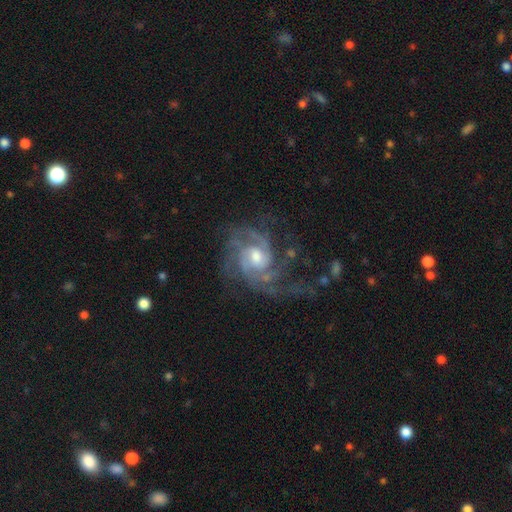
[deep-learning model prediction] Morphology: type=featured or disk (89%); edge-on=no (98%); bar=no (51%); spiral arms=yes (98%); winding=tight (47%); arm count=3 (28%); bulge=moderate (63%); merging=none (58%).